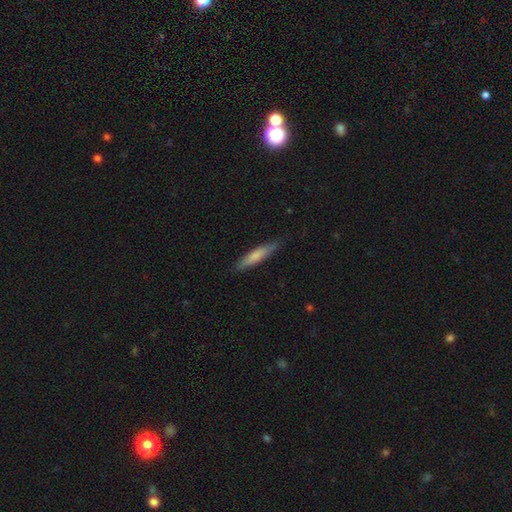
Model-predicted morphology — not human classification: Q: Smooth or featured?
A: smooth (73%); runner-up: featured or disk (22%)
Q: How rounded?
A: cigar-shaped (88%); runner-up: in between (11%)
Q: Merging?
A: none (85%); runner-up: minor disturbance (12%)